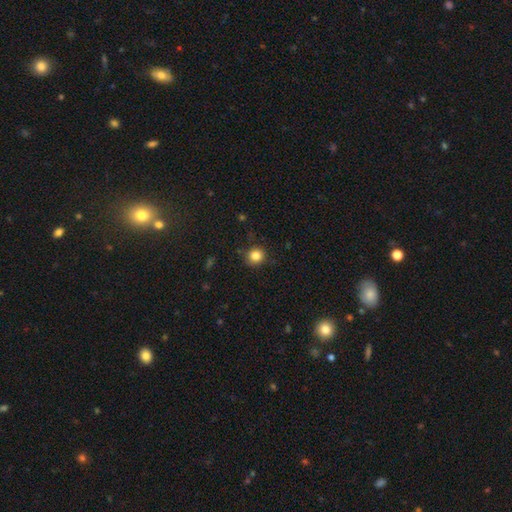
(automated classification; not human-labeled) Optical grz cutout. It shows a smooth galaxy with no disk features (84%) that is round (88%). Merging: none (87%).